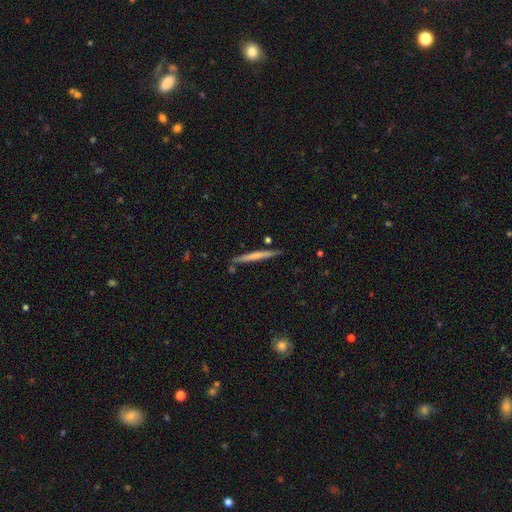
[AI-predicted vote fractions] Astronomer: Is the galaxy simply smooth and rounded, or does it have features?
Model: smooth — 53% (runner-up: featured or disk, 41%).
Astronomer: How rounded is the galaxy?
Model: cigar-shaped — 96%.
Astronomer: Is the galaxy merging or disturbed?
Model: none — 83%.